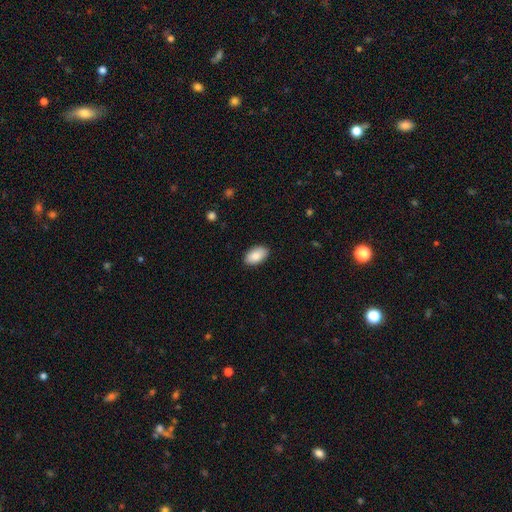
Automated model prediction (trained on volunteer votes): smooth-or-featured: smooth: 88% | star or artifact: 6% | featured or disk: 6%
  how-rounded: in between: 95% | round: 4% | cigar-shaped: 1%
  merging: none: 88% | minor disturbance: 9% | major disturbance: 2% | merger: 1%